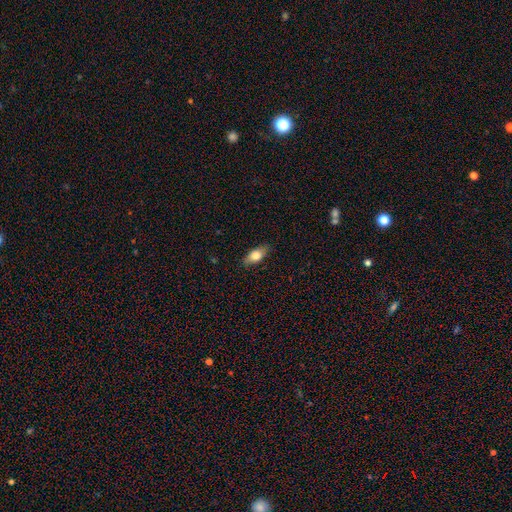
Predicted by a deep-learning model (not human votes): The model was most divided on "smooth or featured": smooth: 75%, featured or disk: 18%, star or artifact: 7%. More confident: merging — none (85%); how rounded — in between (81%).